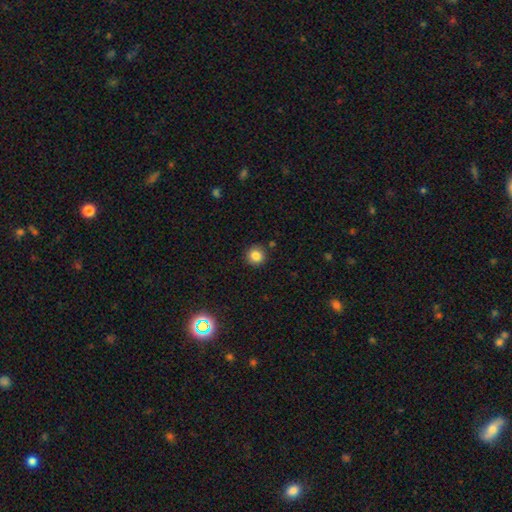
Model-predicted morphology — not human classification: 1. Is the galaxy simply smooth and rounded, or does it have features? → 83% smooth, 11% star or artifact, 5% featured or disk.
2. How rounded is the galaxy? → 94% round, 5% in between, 1% cigar-shaped.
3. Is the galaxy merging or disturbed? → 89% none, 7% minor disturbance, 2% merger, 2% major disturbance.